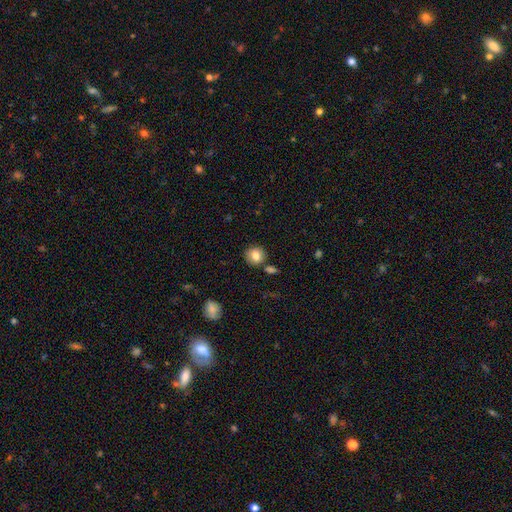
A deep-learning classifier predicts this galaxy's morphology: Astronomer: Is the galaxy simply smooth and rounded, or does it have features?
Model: smooth — 84%.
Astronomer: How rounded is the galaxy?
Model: round — 85%.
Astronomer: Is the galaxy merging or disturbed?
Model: none — 79%.